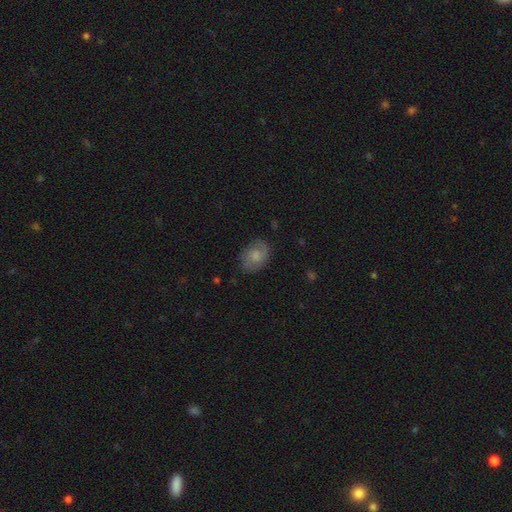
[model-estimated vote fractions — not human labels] A smooth galaxy with no disk features (62%) that is in between round and cigar-shaped (73%). Merging: none (77%).